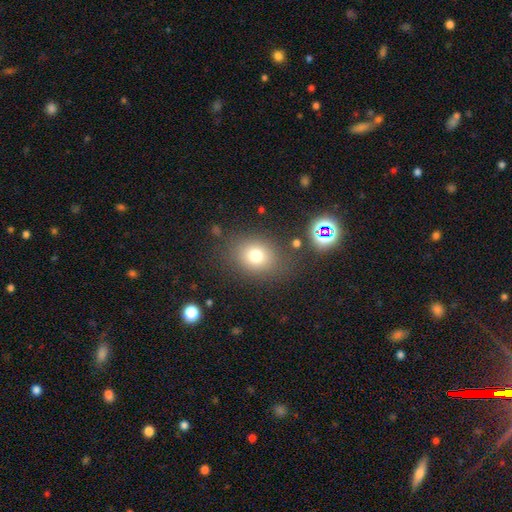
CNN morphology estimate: A smooth galaxy with no disk features (75%) that is round (60%).

Vote fractions:
- Smooth or featured? smooth: 75% / star or artifact: 15% / featured or disk: 10%
- How rounded? round: 60% / in between: 39% / cigar-shaped: 1%
- Merging? none: 78% / minor disturbance: 12% / major disturbance: 6% / merger: 4%